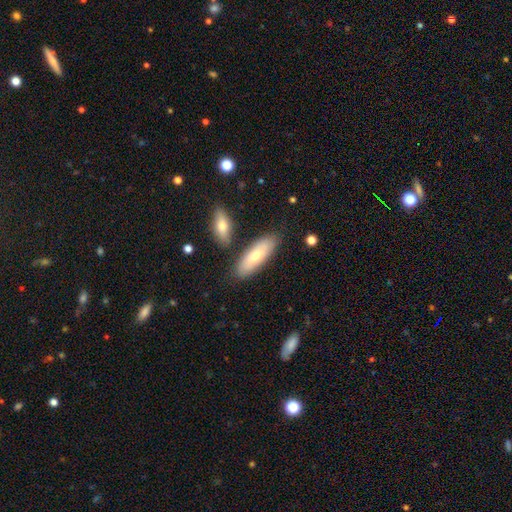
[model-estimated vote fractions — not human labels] smooth_or_featured: smooth (p=0.67) [alt: featured or disk p=0.27]
how_rounded: in between (p=0.64) [alt: cigar-shaped p=0.33]
merging: none (p=0.78) [alt: minor disturbance p=0.12]